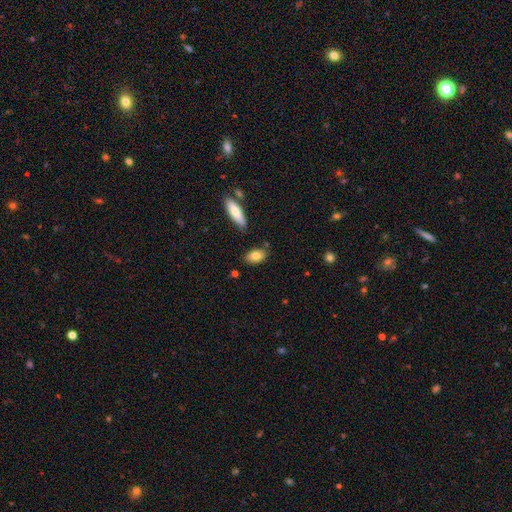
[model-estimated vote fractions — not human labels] A smooth galaxy with no disk features (79%) that is in between round and cigar-shaped (88%). Merging: none (78%).